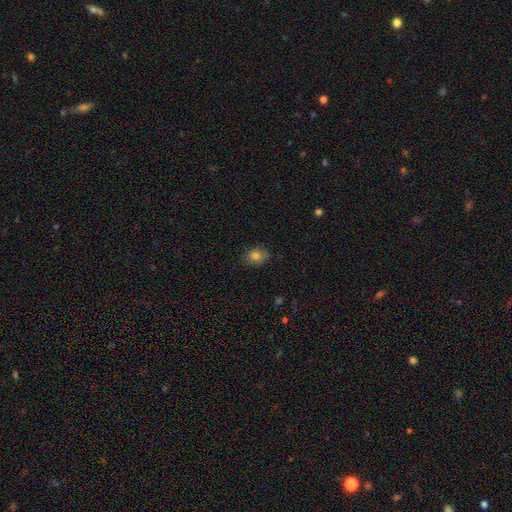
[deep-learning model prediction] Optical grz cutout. It shows a smooth galaxy with no disk features (81%) that is in between round and cigar-shaped (59%). Merging: none (79%).